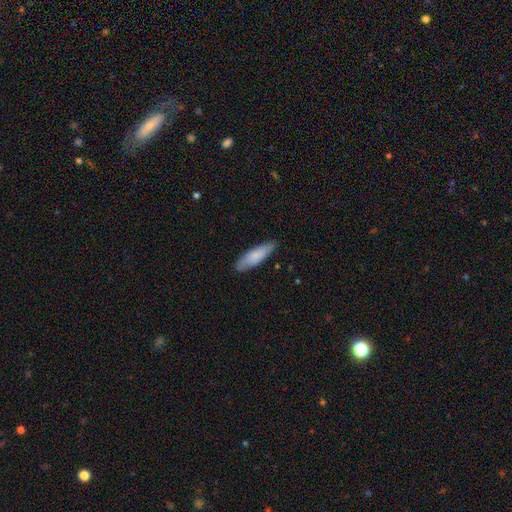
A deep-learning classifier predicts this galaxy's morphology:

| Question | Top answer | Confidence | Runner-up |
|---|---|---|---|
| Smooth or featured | smooth | 78% | featured or disk (16%) |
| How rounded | cigar-shaped | 60% | in between (39%) |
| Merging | none | 83% | minor disturbance (13%) |